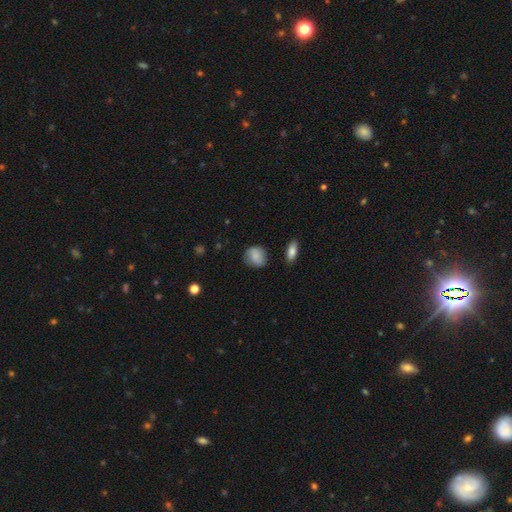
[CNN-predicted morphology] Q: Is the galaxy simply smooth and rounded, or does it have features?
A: smooth — 77%.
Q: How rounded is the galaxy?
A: round — 71%.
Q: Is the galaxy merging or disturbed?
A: none — 73%.